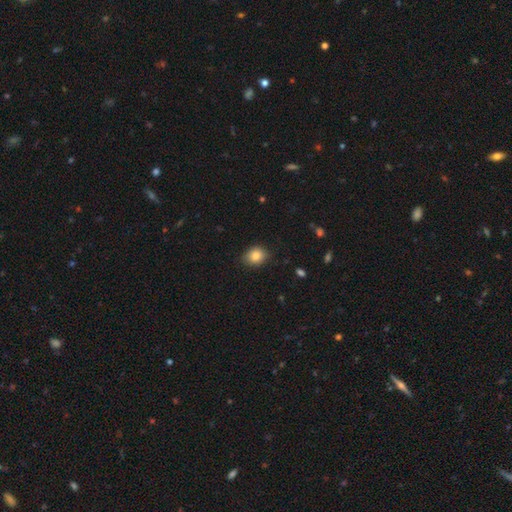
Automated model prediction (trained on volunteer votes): Smooth or featured?
  - smooth: 83% *
  - star or artifact: 10%
  - featured or disk: 7%
How rounded?
  - round: 60% *
  - in between: 39%
  - cigar-shaped: 1%
Merging?
  - none: 86% *
  - minor disturbance: 11%
  - major disturbance: 2%
  - merger: 1%